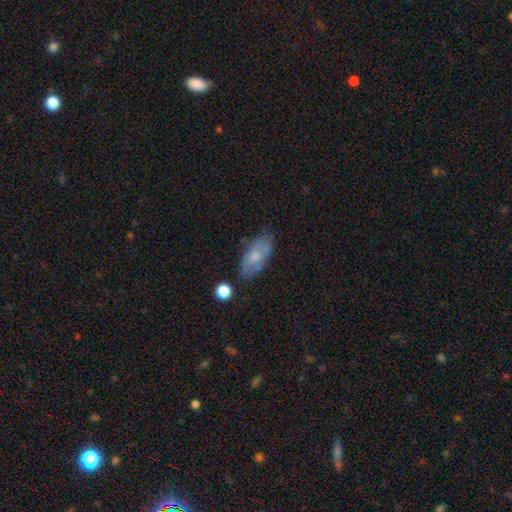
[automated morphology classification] smooth 59%, featured or disk 34%, star or artifact 7%. Down the decision tree: how rounded — in between (89%); merging — none (68%).